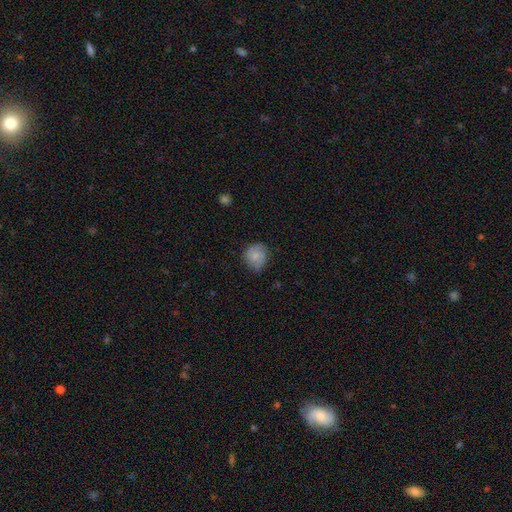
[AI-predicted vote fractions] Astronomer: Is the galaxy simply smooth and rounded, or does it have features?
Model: smooth — 75%.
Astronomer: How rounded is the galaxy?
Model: round — 81%.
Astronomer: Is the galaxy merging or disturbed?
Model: none — 70%.